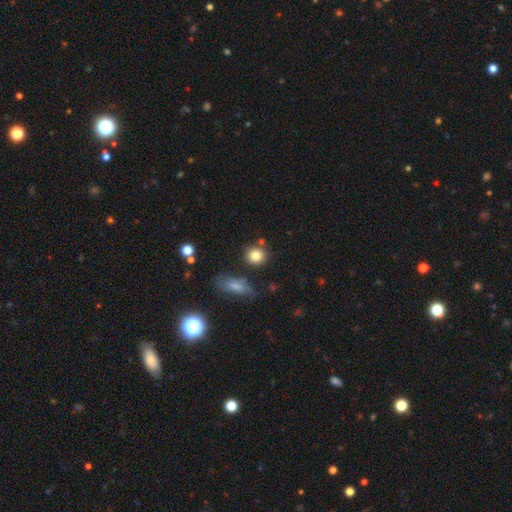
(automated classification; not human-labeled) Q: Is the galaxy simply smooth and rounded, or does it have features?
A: smooth — 82%.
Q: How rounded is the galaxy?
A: round — 82%.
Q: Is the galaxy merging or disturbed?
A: none — 77%.